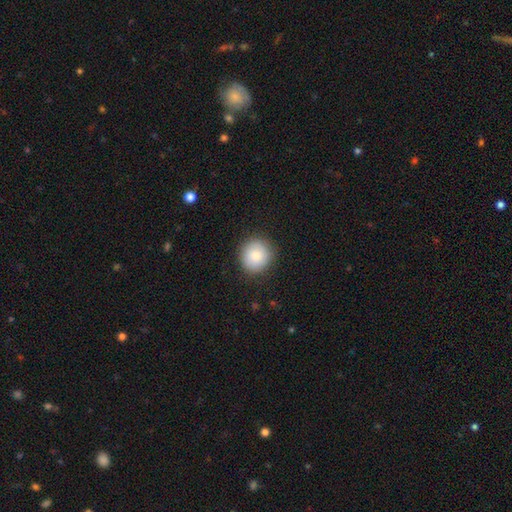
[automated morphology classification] Smooth or featured: smooth — 82% (featured or disk — 10%)
How rounded: round — 91% (in between — 8%)
Merging: none — 88% (minor disturbance — 8%)